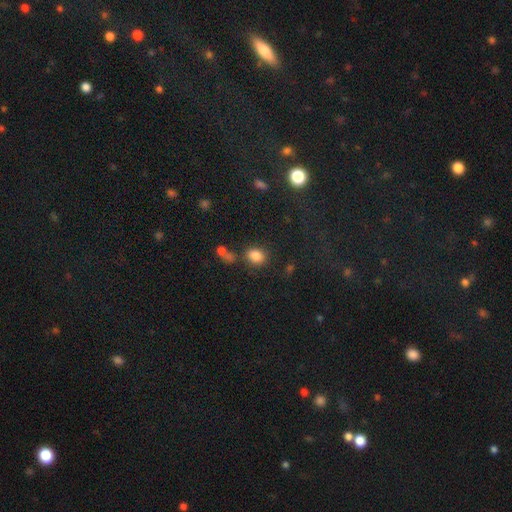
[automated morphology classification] Q: Smooth or featured?
A: smooth (82%); runner-up: star or artifact (12%)
Q: How rounded?
A: in between (53%); runner-up: round (46%)
Q: Merging?
A: none (71%); runner-up: minor disturbance (13%)